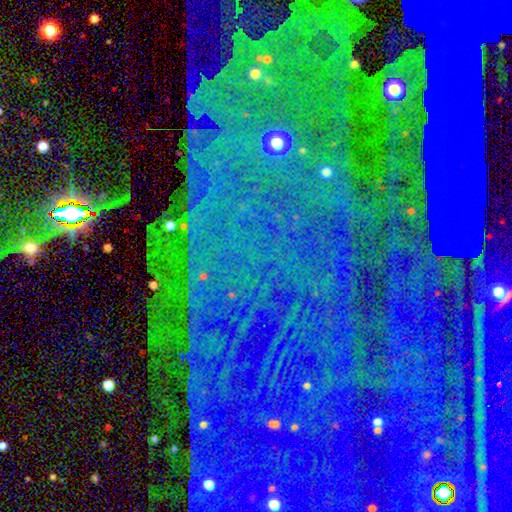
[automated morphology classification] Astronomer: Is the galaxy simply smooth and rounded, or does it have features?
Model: star or artifact — 85%.